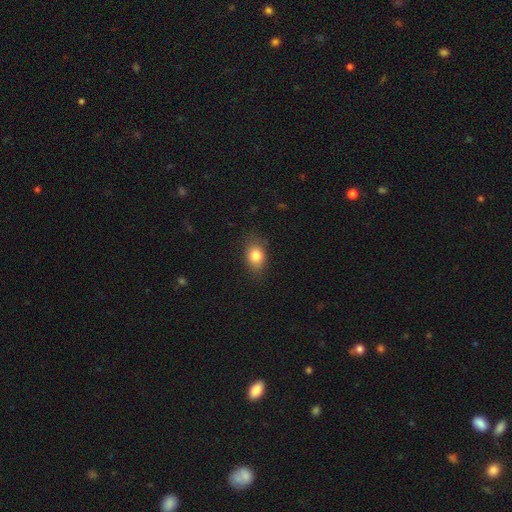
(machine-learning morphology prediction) This appears to be a smooth galaxy with no disk features (83%) that is in between round and cigar-shaped (72%). Merging: none (79%).